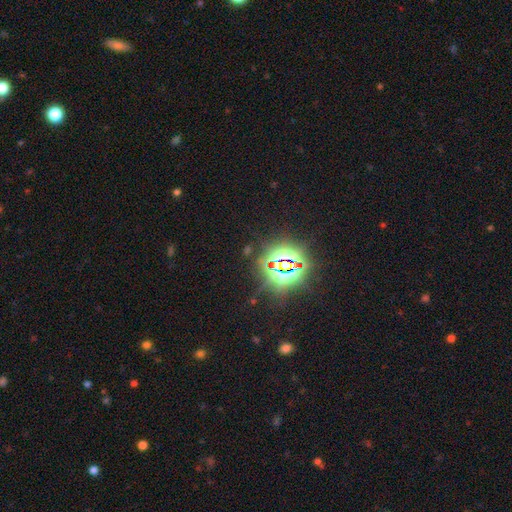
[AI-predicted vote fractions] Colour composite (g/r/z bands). It shows a star or artifact, not a galaxy (84%).